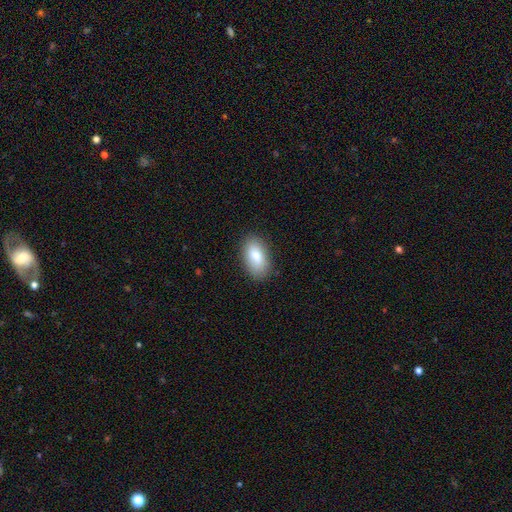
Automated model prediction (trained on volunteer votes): A smooth galaxy with no disk features (81%) that is in between round and cigar-shaped (93%).

Vote fractions:
- Smooth or featured? smooth: 81% / featured or disk: 12% / star or artifact: 7%
- How rounded? in between: 93% / round: 4% / cigar-shaped: 3%
- Merging? none: 86% / minor disturbance: 10% / major disturbance: 3% / merger: 1%